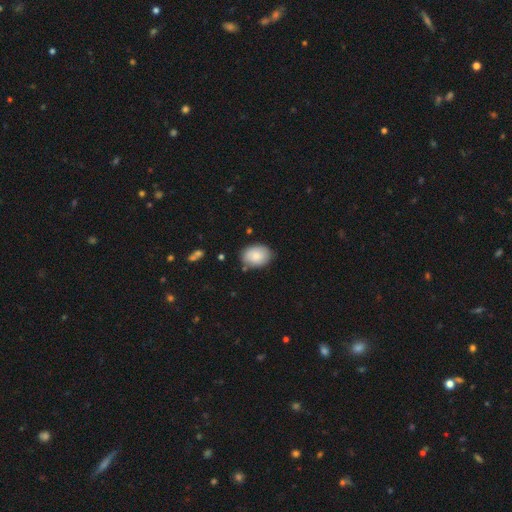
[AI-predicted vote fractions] A smooth galaxy with no disk features (84%) that is in between round and cigar-shaped (68%).

Vote fractions:
- Smooth or featured? smooth: 84% / featured or disk: 9% / star or artifact: 7%
- How rounded? in between: 68% / round: 31% / cigar-shaped: 1%
- Merging? none: 79% / minor disturbance: 16% / major disturbance: 3% / merger: 3%